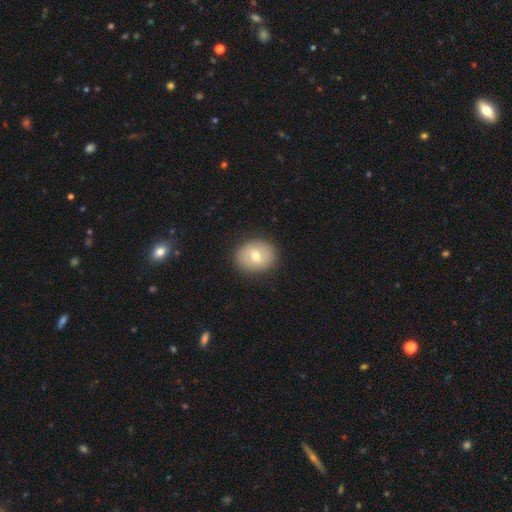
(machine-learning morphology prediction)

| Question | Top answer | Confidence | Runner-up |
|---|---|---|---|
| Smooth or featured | smooth | 68% | featured or disk (25%) |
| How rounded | round | 65% | in between (34%) |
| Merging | none | 86% | minor disturbance (10%) |